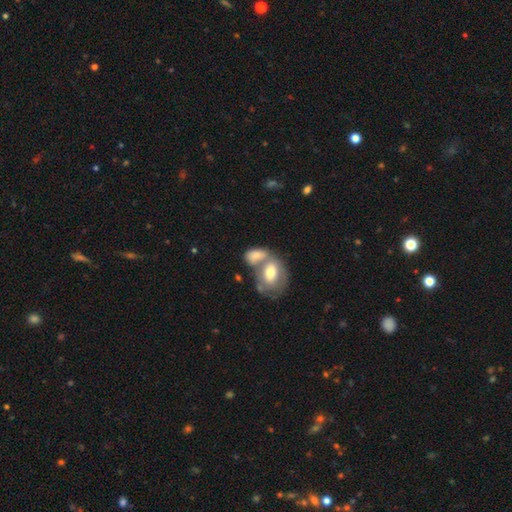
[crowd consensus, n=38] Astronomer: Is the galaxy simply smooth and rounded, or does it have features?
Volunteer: smooth — 68%.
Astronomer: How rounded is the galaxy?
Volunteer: in between — 100%.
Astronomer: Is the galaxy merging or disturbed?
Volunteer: merger — 86%.